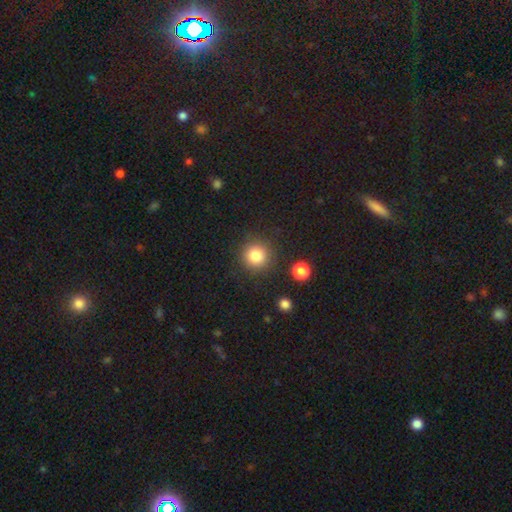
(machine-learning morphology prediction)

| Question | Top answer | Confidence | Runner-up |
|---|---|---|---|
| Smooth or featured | smooth | 83% | star or artifact (11%) |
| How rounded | round | 94% | in between (5%) |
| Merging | none | 87% | minor disturbance (7%) |